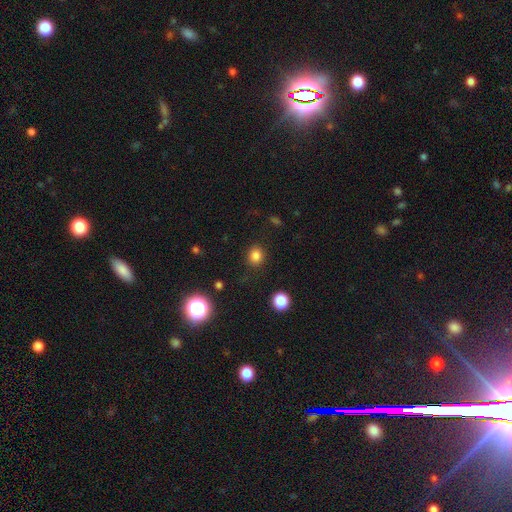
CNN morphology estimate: Q: Smooth or featured?
A: smooth (81%); runner-up: star or artifact (14%)
Q: How rounded?
A: round (76%); runner-up: in between (23%)
Q: Merging?
A: none (87%); runner-up: minor disturbance (8%)